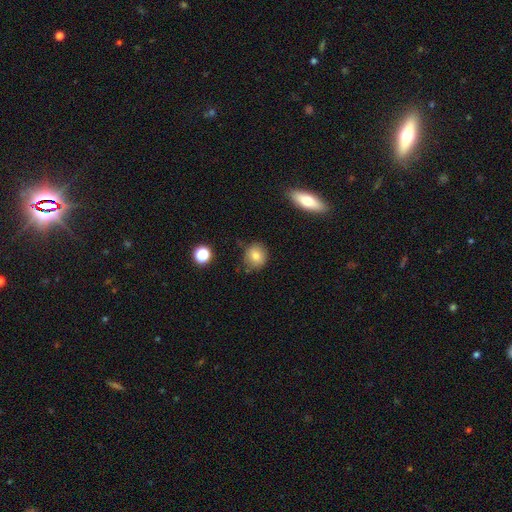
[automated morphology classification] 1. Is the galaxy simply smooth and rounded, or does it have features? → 80% smooth, 11% star or artifact, 10% featured or disk.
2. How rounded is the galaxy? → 80% round, 19% in between, 1% cigar-shaped.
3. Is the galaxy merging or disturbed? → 79% none, 15% minor disturbance, 3% major disturbance, 3% merger.